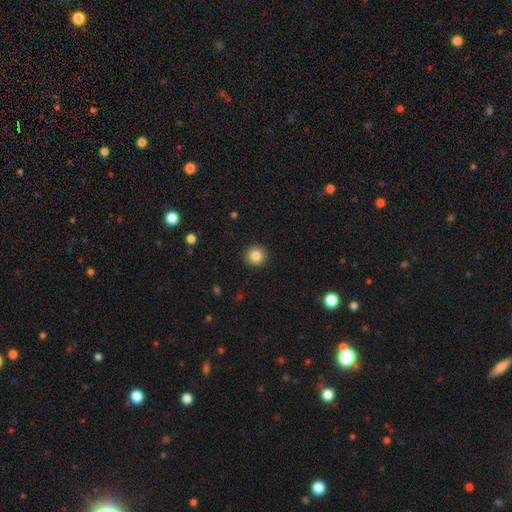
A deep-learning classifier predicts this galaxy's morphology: smooth_or_featured: smooth (p=0.85) [alt: star or artifact p=0.10]
how_rounded: round (p=0.93) [alt: in between p=0.06]
merging: none (p=0.92) [alt: minor disturbance p=0.05]